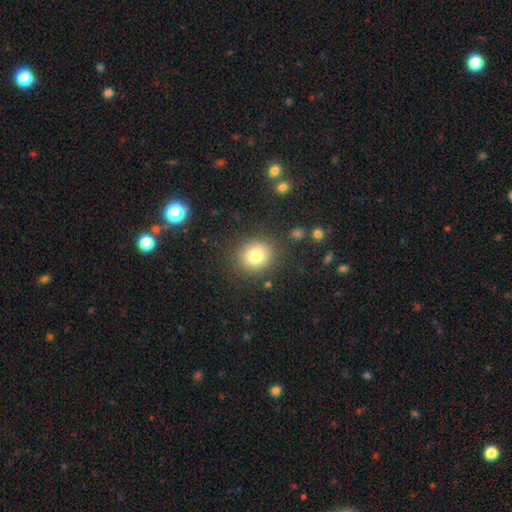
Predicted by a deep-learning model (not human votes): smooth-or-featured: smooth: 80% | star or artifact: 11% | featured or disk: 9%
  how-rounded: round: 77% | in between: 22% | cigar-shaped: 1%
  merging: none: 85% | minor disturbance: 9% | major disturbance: 4% | merger: 2%